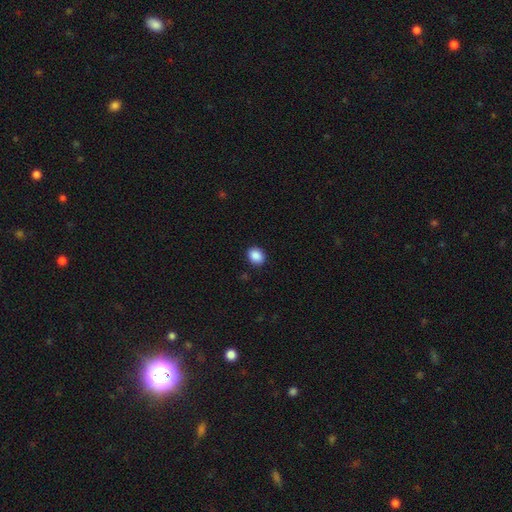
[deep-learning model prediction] Overall: smooth (89%). How rounded: round (51%; in between 48%). Merging: none (90%).